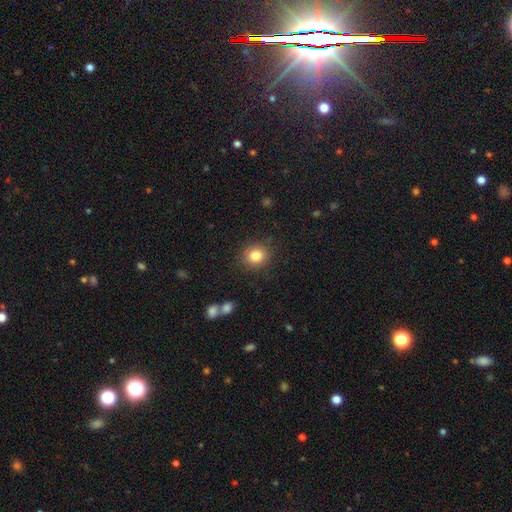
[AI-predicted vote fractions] smooth_or_featured: smooth (p=0.82) [alt: star or artifact p=0.11]
how_rounded: round (p=0.81) [alt: in between p=0.18]
merging: none (p=0.86) [alt: minor disturbance p=0.09]